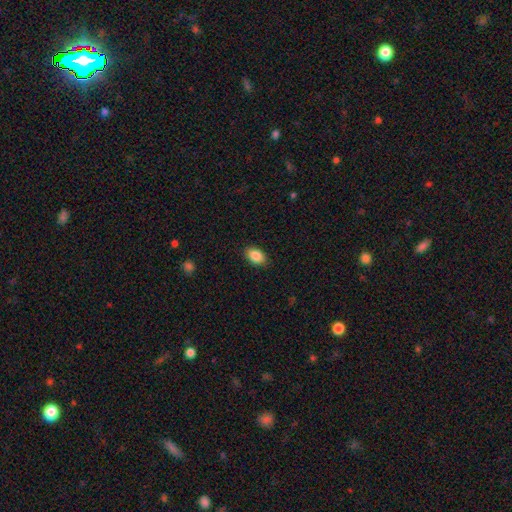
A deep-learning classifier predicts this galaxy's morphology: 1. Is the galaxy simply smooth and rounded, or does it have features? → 88% smooth, 8% star or artifact, 5% featured or disk.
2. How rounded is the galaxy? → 87% in between, 12% round, 1% cigar-shaped.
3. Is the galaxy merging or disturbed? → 88% none, 9% minor disturbance, 2% major disturbance, 1% merger.